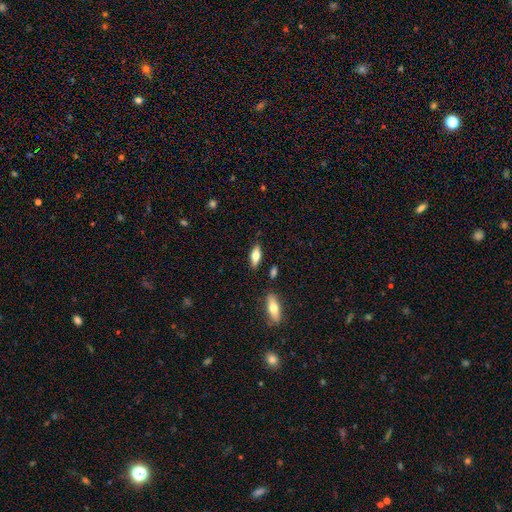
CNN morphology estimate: Q: Smooth or featured?
A: smooth (67%); runner-up: featured or disk (26%)
Q: How rounded?
A: in between (72%); runner-up: cigar-shaped (26%)
Q: Merging?
A: none (83%); runner-up: minor disturbance (11%)